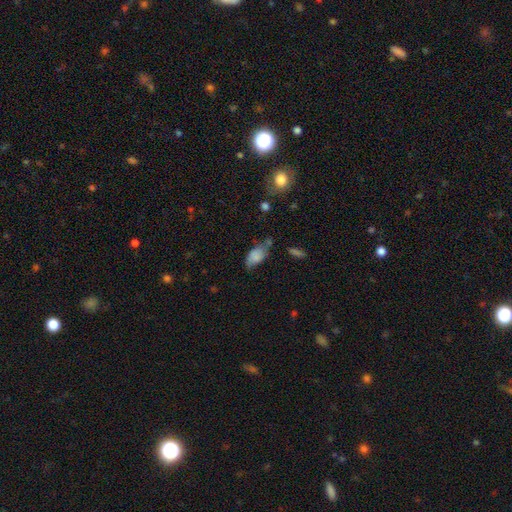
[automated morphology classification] Smooth or featured? smooth (77%)
How rounded? in between (92%)
Merging? none (47%)